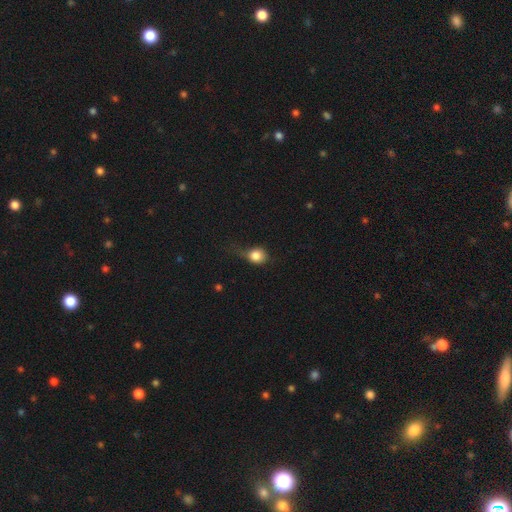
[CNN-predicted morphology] Smooth or featured? Predicted: smooth (p=0.80). How rounded? Predicted: round (p=0.72). Merging? Predicted: none (p=0.38).